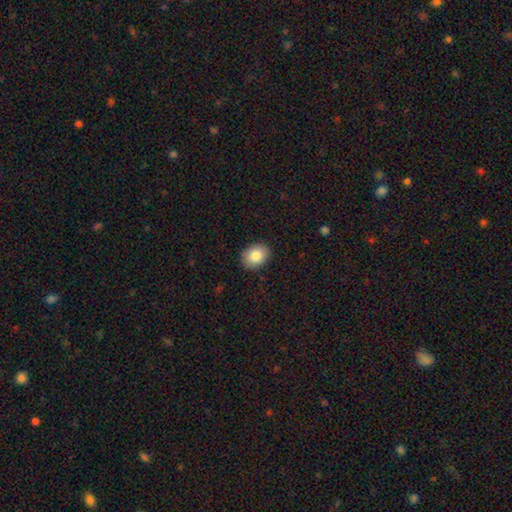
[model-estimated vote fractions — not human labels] Smooth or featured? smooth (84%)
How rounded? in between (65%)
Merging? none (90%)